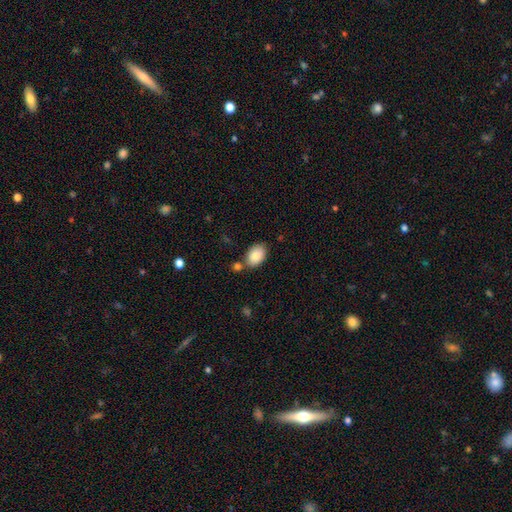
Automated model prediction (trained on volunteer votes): Morphology: type=smooth (86%); roundness=in between (89%); merging=none (73%).